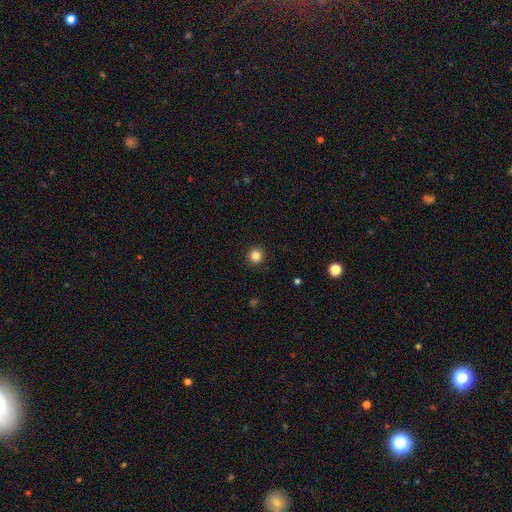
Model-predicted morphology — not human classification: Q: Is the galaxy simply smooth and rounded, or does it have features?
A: smooth — 84%.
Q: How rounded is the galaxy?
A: round — 95%.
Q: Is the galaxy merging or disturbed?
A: none — 93%.